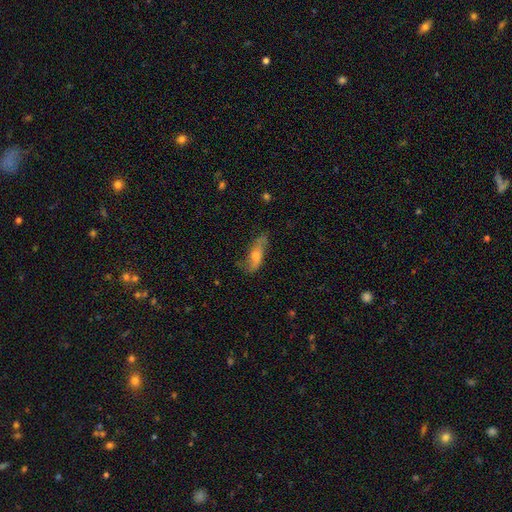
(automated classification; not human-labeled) Smooth or featured? Predicted: featured or disk (p=0.56). Edge-on disk? Predicted: no (p=0.69). Merging? Predicted: none (p=0.69).